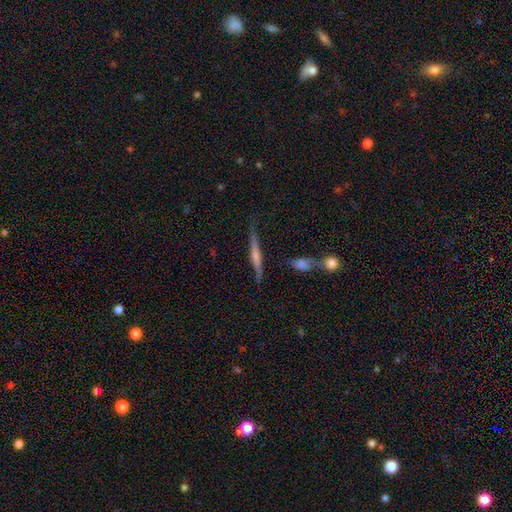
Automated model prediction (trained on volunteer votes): A featured or disk galaxy (62%) viewed edge-on (95%) with a rounded central bulge (58%). Merging: none (73%).